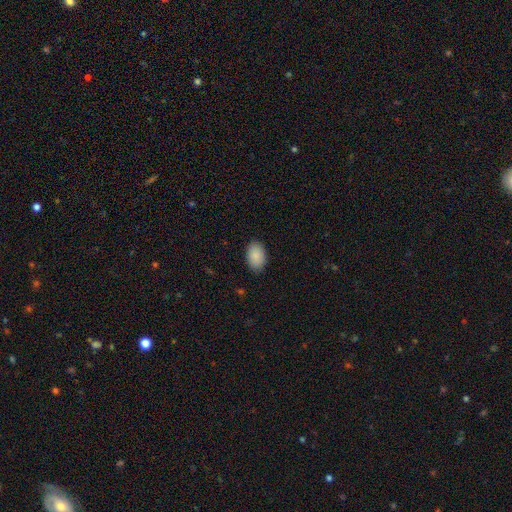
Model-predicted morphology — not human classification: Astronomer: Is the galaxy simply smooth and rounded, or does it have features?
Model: smooth — 89%.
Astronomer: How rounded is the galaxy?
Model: in between — 91%.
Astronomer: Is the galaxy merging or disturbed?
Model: none — 88%.